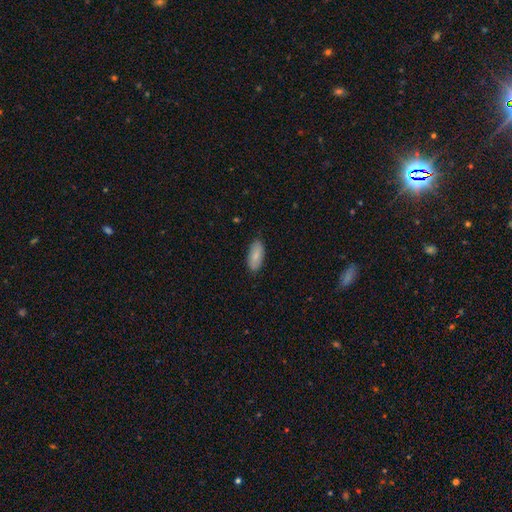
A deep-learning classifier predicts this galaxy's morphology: The model was most divided on "smooth or featured": smooth: 80%, featured or disk: 14%, star or artifact: 6%. More confident: how rounded — in between (88%); merging — none (86%).